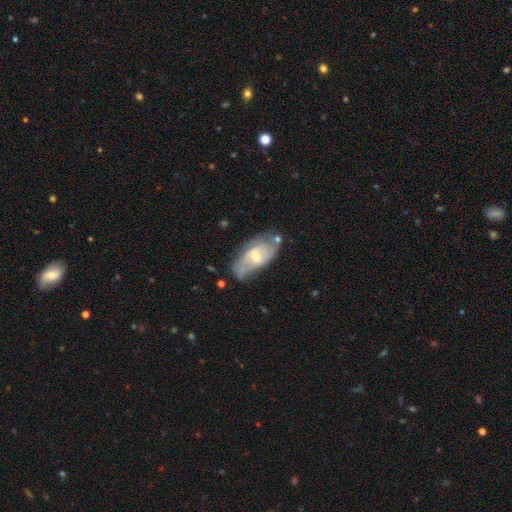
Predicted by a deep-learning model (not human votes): This is likely a featured or disk galaxy (73%). It is clearly not viewed edge-on (93%). Bar: possibly weak (47%). Spiral arm pattern: clearly yes (84%). Spiral arm count: possibly 2 (58%). Spiral winding: marginally medium (45%). Central bulge: possibly small (49%). Merging: possibly none (56%).